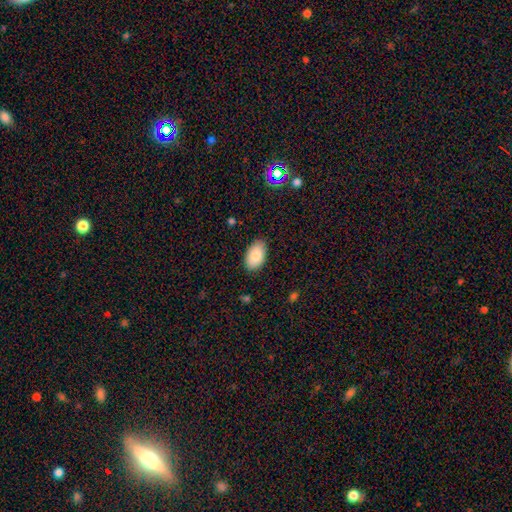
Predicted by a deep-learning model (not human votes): This appears to be a smooth galaxy with no disk features (87%) that is in between round and cigar-shaped (94%). Merging: none (86%).